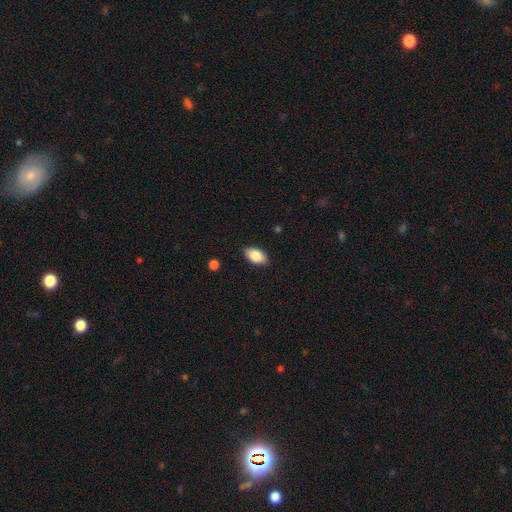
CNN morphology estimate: Smooth or featured? Predicted: smooth (p=0.85). How rounded? Predicted: in between (p=0.92). Merging? Predicted: none (p=0.87).